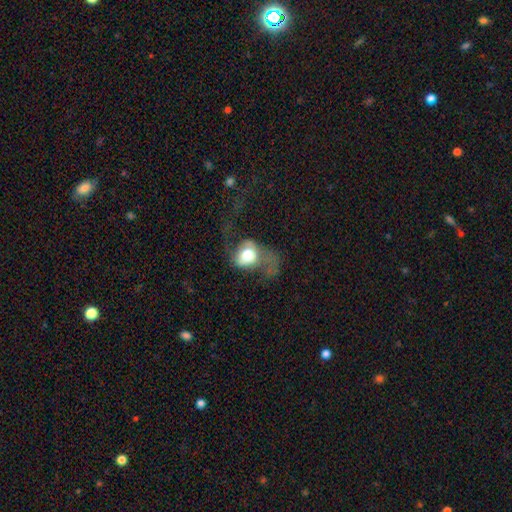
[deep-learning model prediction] This is possibly a featured or disk galaxy (54%). It is clearly not viewed edge-on (95%). Bar: likely no (73%). Spiral arm pattern: likely yes (69%). Central bulge: possibly moderate (46%). Merging: possibly major disturbance (56%).